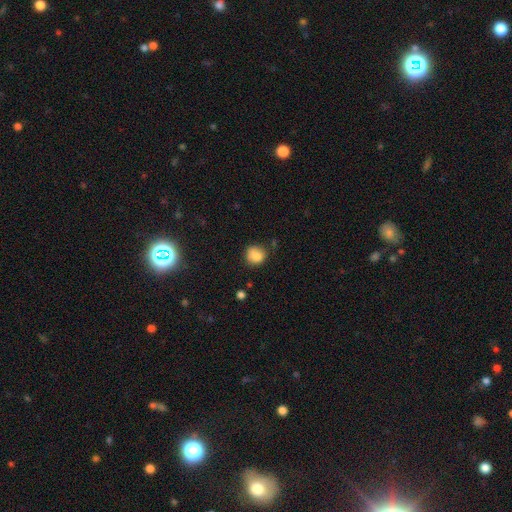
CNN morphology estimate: Smooth or featured? Predicted: smooth (p=0.83). How rounded? Predicted: round (p=0.82). Merging? Predicted: none (p=0.65).